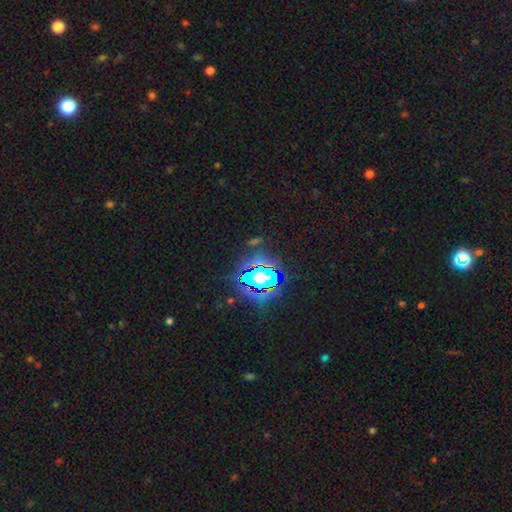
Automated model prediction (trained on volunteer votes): The model was most divided on "smooth or featured": star or artifact: 84%, smooth: 9%, featured or disk: 7%.